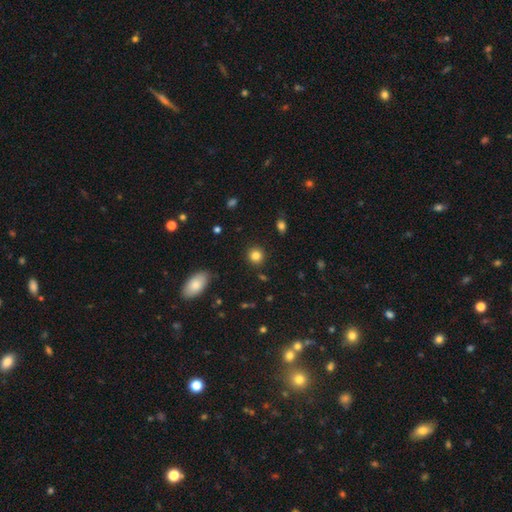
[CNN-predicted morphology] Smooth or featured? Predicted: smooth (p=0.84). How rounded? Predicted: round (p=0.90). Merging? Predicted: none (p=0.90).